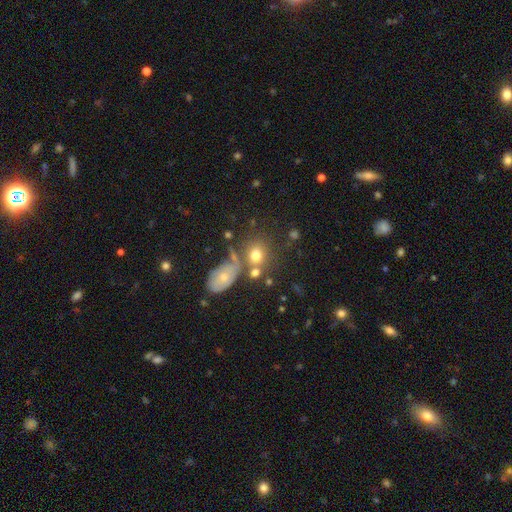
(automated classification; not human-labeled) Smooth or featured? Predicted: smooth (p=0.71). How rounded? Predicted: round (p=0.60). Merging? Predicted: none (p=0.51).